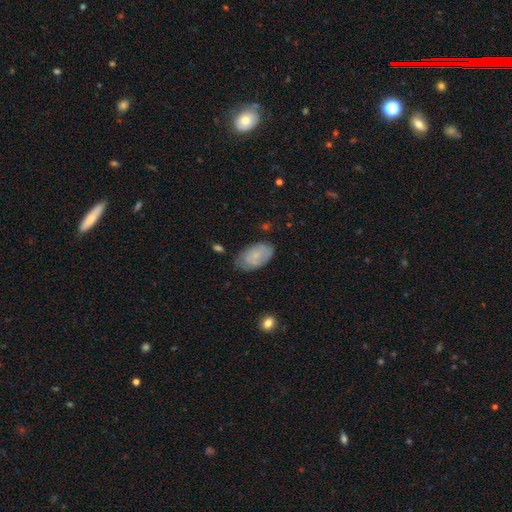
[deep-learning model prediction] Smooth or featured? Predicted: smooth (p=0.62). How rounded? Predicted: in between (p=0.93). Merging? Predicted: none (p=0.66).